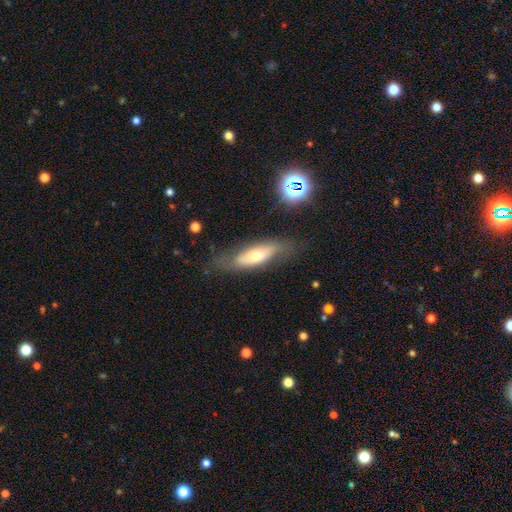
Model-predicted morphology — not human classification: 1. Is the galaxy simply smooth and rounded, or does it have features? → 48% smooth, 44% featured or disk, 9% star or artifact.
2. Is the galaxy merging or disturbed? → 69% none, 20% minor disturbance, 9% major disturbance, 2% merger.